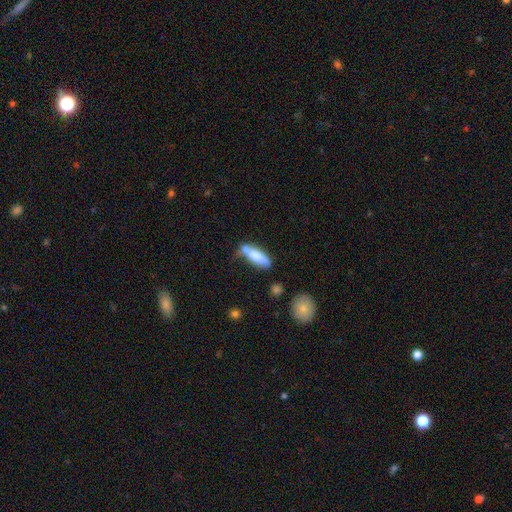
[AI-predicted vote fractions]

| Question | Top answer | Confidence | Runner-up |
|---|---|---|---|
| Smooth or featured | smooth | 74% | featured or disk (19%) |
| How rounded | in between | 55% | cigar-shaped (43%) |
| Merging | none | 36% | merger (28%) |